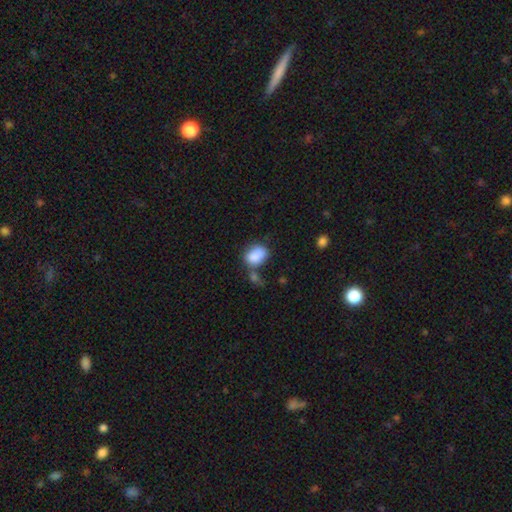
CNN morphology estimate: Smooth or featured?
  - smooth: 84% *
  - star or artifact: 8%
  - featured or disk: 7%
How rounded?
  - in between: 71% *
  - round: 28%
  - cigar-shaped: 1%
Merging?
  - none: 44% *
  - minor disturbance: 23%
  - merger: 23%
  - major disturbance: 11%